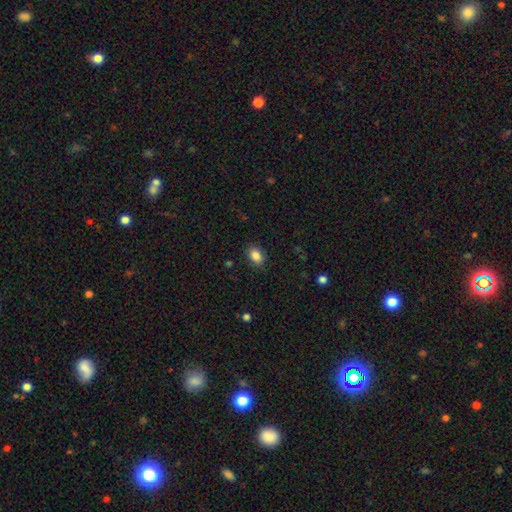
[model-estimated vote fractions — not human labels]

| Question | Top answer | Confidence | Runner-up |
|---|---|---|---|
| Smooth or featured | smooth | 87% | star or artifact (9%) |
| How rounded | in between | 81% | round (18%) |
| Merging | none | 86% | minor disturbance (10%) |